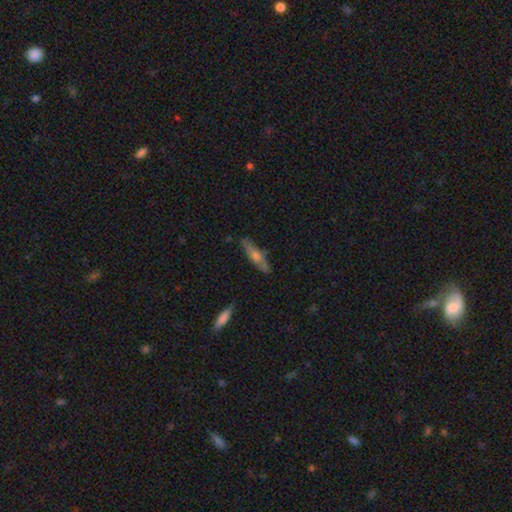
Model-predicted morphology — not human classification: The model was most divided on "smooth or featured": smooth: 49%, featured or disk: 44%, star or artifact: 7%. More confident: merging — none (78%).